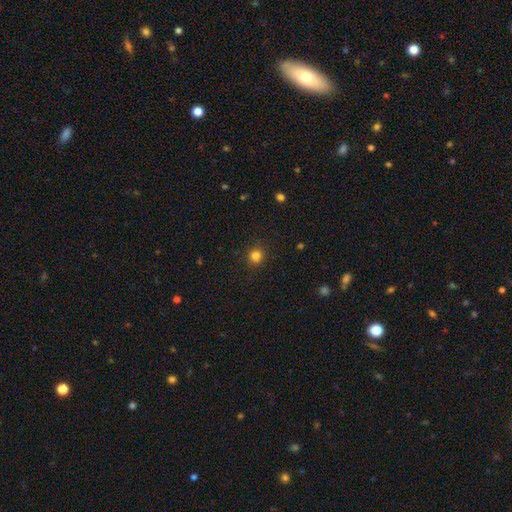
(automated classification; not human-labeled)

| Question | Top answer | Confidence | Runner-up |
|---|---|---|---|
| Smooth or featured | smooth | 82% | star or artifact (13%) |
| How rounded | round | 90% | in between (9%) |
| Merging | none | 90% | minor disturbance (7%) |